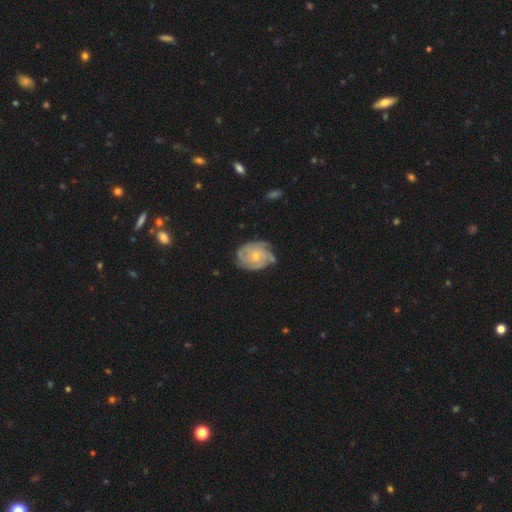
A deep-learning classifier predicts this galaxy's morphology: This is clearly a featured or disk galaxy (81%). It is clearly not viewed edge-on (98%). Bar: likely no (75%). Spiral arm pattern: clearly yes (95%). Spiral arm count: marginally can't tell (27%, tied with 3). Spiral winding: likely tight (64%). Central bulge: possibly small (56%). Merging: likely none (65%).